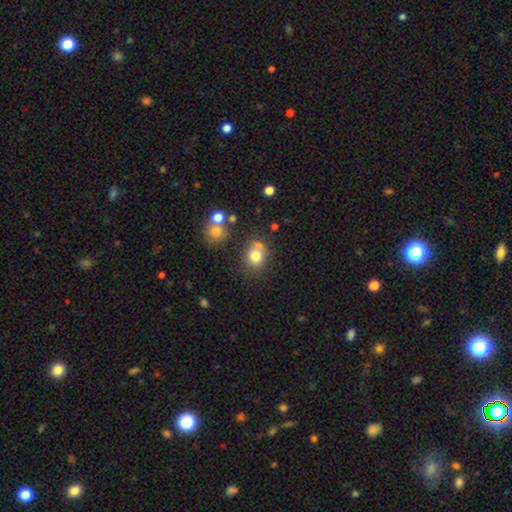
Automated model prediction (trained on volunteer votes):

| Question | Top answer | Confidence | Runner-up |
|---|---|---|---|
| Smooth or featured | smooth | 77% | star or artifact (12%) |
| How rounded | round | 66% | in between (33%) |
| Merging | none | 58% | merger (19%) |